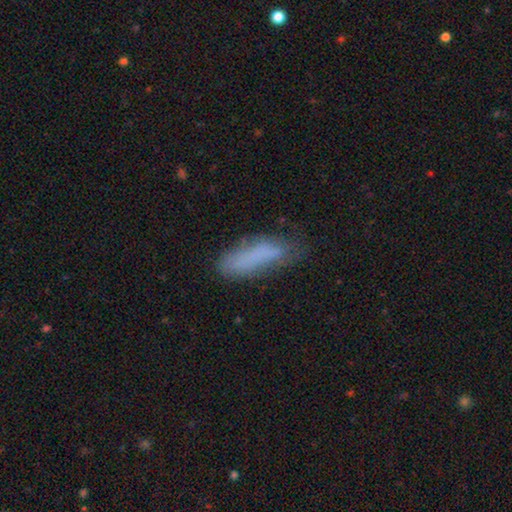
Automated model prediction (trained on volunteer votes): smooth-or-featured: smooth: 73% | featured or disk: 17% | star or artifact: 10%
  how-rounded: cigar-shaped: 56% | in between: 42% | round: 2%
  merging: none: 55% | minor disturbance: 30% | major disturbance: 12% | merger: 3%